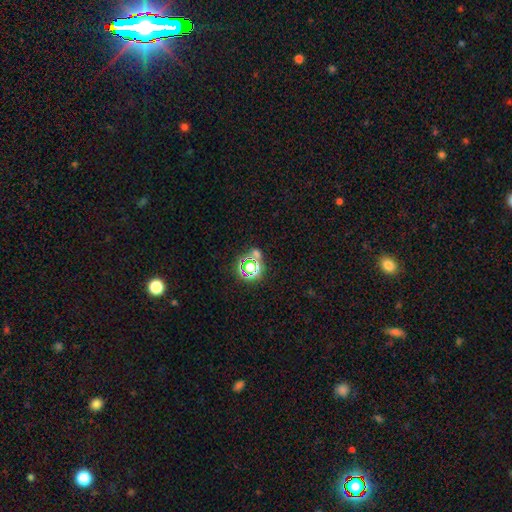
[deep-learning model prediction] Smooth or featured? star or artifact (63%)